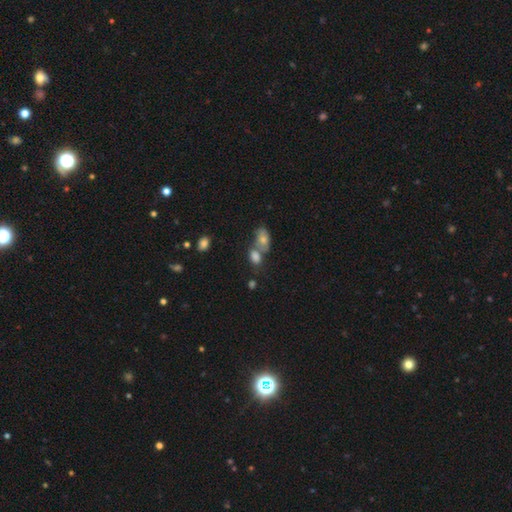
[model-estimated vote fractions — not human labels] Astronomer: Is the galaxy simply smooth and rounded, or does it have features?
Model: smooth — 61%.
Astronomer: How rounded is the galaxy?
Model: in between — 71%.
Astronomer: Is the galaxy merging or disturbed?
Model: merger — 49% (runner-up: none, 35%).